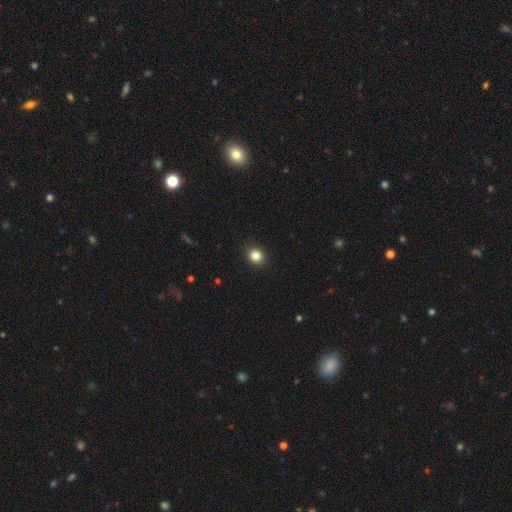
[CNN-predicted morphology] smooth 84%, star or artifact 11%, featured or disk 5%. Down the decision tree: how rounded — round (76%); merging — none (92%).